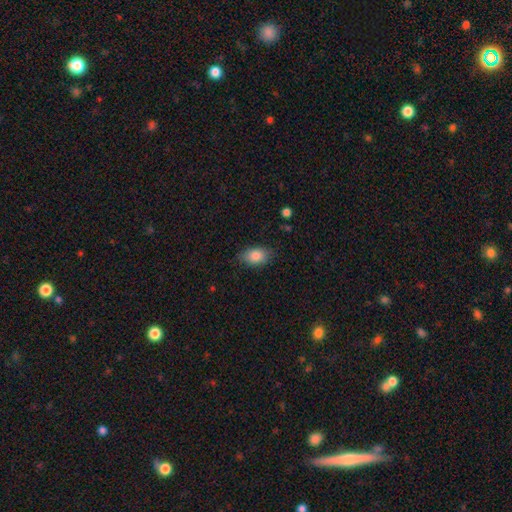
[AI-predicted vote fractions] smooth-or-featured: smooth: 85% | star or artifact: 8% | featured or disk: 7%
  how-rounded: in between: 86% | round: 12% | cigar-shaped: 2%
  merging: none: 79% | minor disturbance: 16% | major disturbance: 4% | merger: 1%